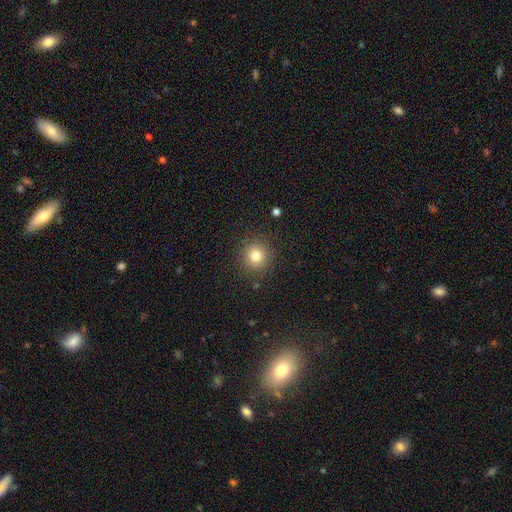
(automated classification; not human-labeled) This is likely a smooth galaxy (79%). How rounded: clearly round (93%). Merging: clearly none (89%).